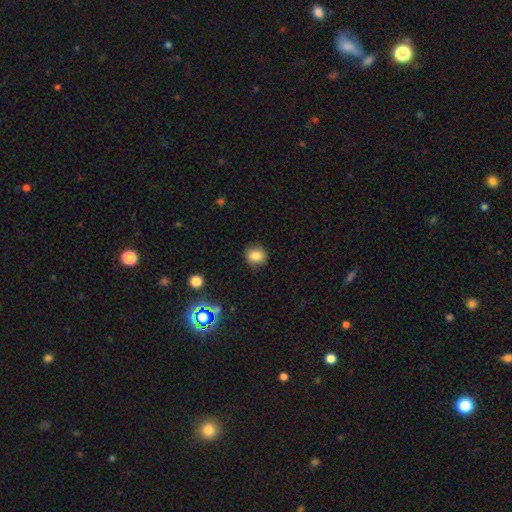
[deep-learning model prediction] A smooth galaxy with no disk features (82%) that is round (77%).

Vote fractions:
- Smooth or featured? smooth: 82% / star or artifact: 12% / featured or disk: 6%
- How rounded? round: 77% / in between: 22% / cigar-shaped: 1%
- Merging? none: 87% / minor disturbance: 9% / major disturbance: 2% / merger: 1%